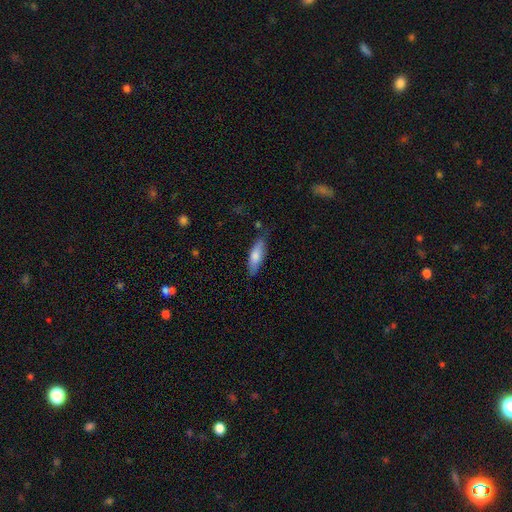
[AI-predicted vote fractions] This appears to be a smooth galaxy with no disk features (76%) that is in between round and cigar-shaped (52%). Merging: none (76%).